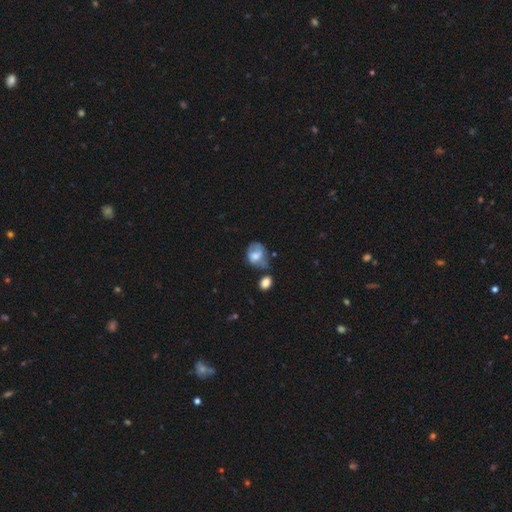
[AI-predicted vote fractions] Smooth or featured: smooth — 62% (featured or disk — 29%)
How rounded: in between — 54% (round — 45%)
Merging: none — 36% (minor disturbance — 31%)